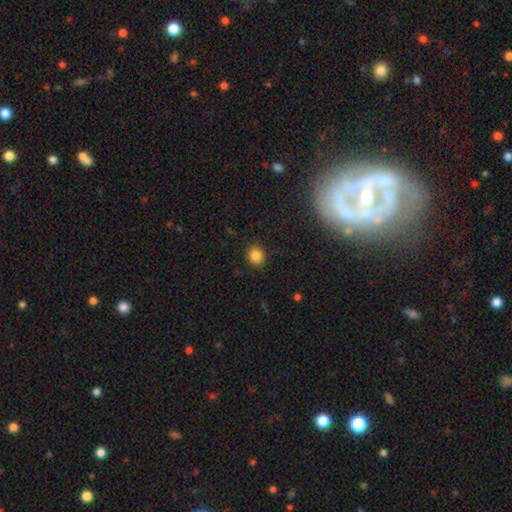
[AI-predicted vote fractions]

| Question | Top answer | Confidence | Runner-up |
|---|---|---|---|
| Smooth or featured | smooth | 84% | star or artifact (11%) |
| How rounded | round | 77% | in between (22%) |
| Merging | none | 88% | minor disturbance (8%) |